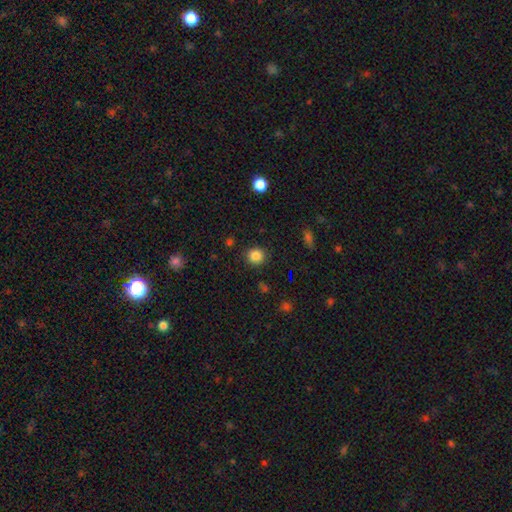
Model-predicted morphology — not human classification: smooth 83%, star or artifact 13%, featured or disk 4%. Down the decision tree: how rounded — round (90%); merging — none (89%).